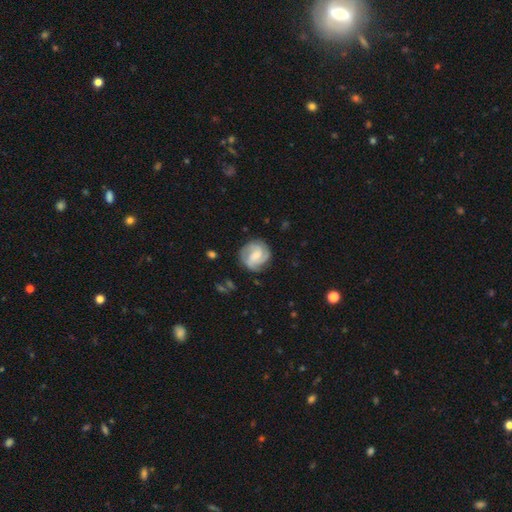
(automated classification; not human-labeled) Smooth or featured? Predicted: featured or disk (p=0.81). Edge-on disk? Predicted: no (p=0.98). Bar? Predicted: weak (p=0.48). Spiral arms? Predicted: yes (p=0.97). Spiral winding? Predicted: tight (p=0.48). Spiral arm count? Predicted: 3 (p=0.49). Bulge size? Predicted: small (p=0.44). Merging? Predicted: none (p=0.79).